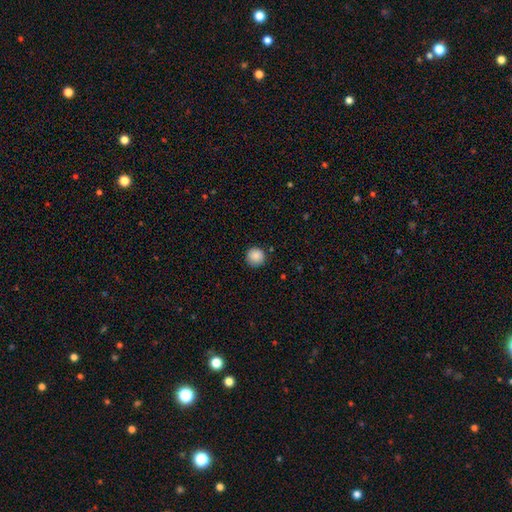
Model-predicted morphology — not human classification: type=smooth (88%); roundness=round (95%); merging=none (89%).